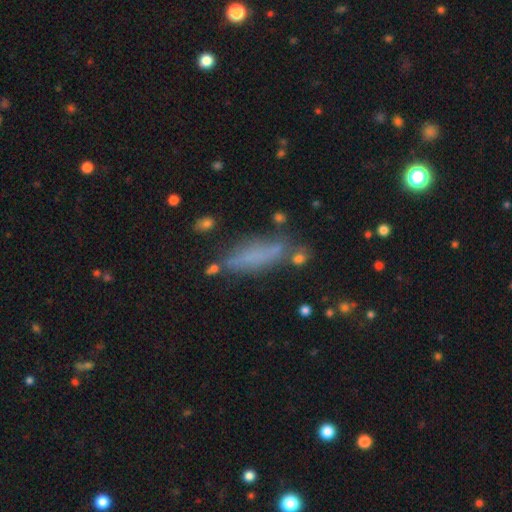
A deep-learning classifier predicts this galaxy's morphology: smooth 67%, featured or disk 19%, star or artifact 14%. Down the decision tree: how rounded — cigar-shaped (60%); merging — none (68%).